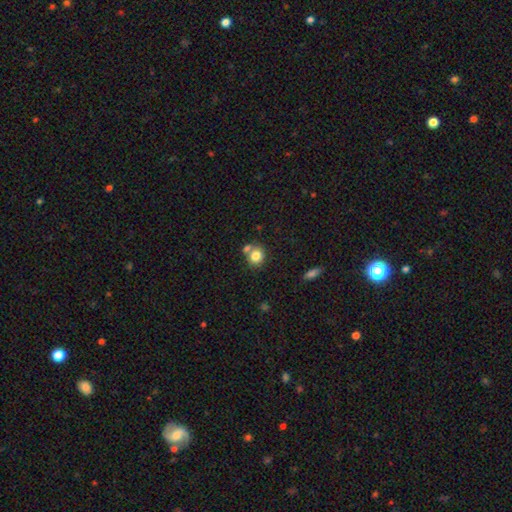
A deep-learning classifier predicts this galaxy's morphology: A smooth galaxy with no disk features (80%) that is round (77%). Merging: none (57%).